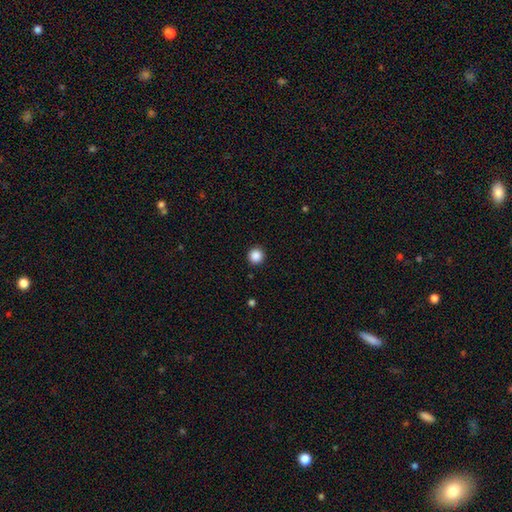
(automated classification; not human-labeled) This appears to be a smooth galaxy with no disk features (87%) that is round (96%). Merging: none (93%).